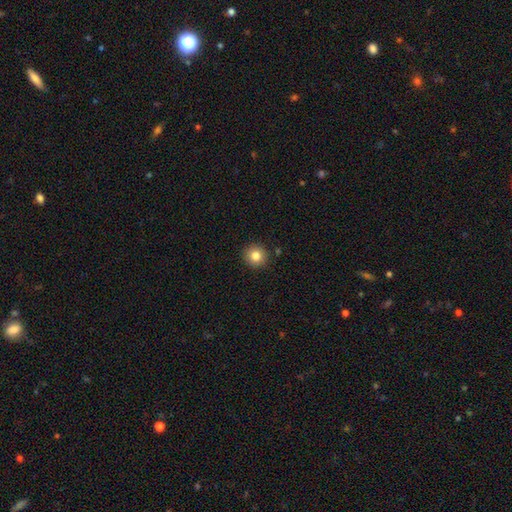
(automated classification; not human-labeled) Smooth or featured? Predicted: smooth (p=0.83). How rounded? Predicted: round (p=0.93). Merging? Predicted: none (p=0.91).